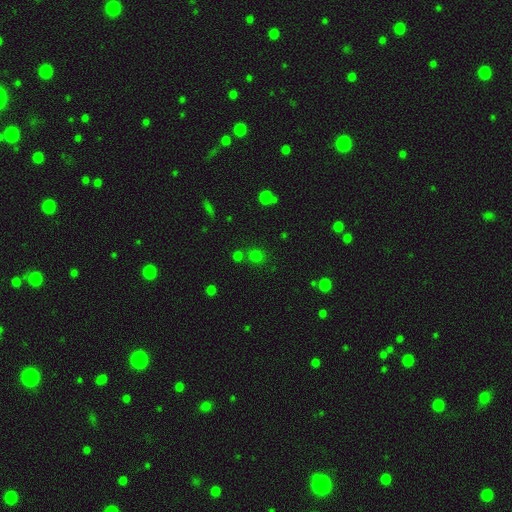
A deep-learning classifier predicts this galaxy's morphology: type=smooth (69%); roundness=round (85%); merging=none (76%).